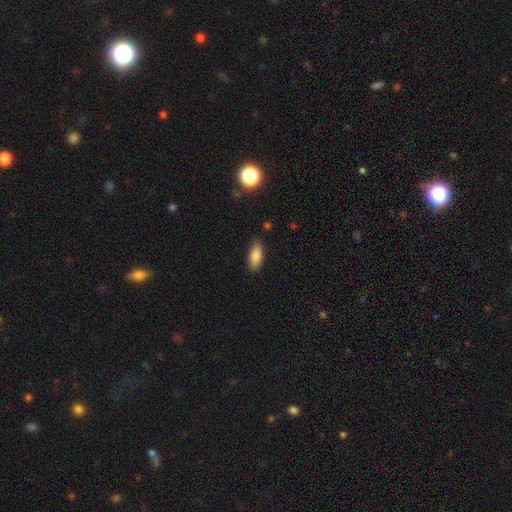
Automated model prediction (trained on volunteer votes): A smooth galaxy with no disk features (83%) that is in between round and cigar-shaped (79%).

Vote fractions:
- Smooth or featured? smooth: 83% / featured or disk: 10% / star or artifact: 7%
- How rounded? in between: 79% / cigar-shaped: 19% / round: 2%
- Merging? none: 82% / minor disturbance: 14% / major disturbance: 2% / merger: 2%